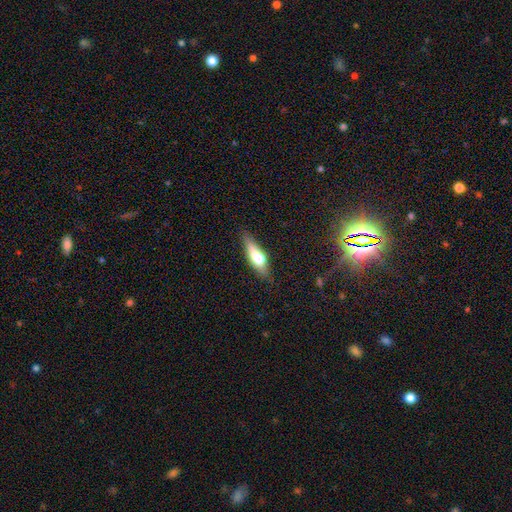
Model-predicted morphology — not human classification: Smooth or featured?
  - smooth: 58% *
  - featured or disk: 35%
  - star or artifact: 7%
How rounded?
  - cigar-shaped: 50% *
  - in between: 46%
  - round: 3%
Merging?
  - none: 70% *
  - minor disturbance: 20%
  - major disturbance: 5%
  - merger: 4%